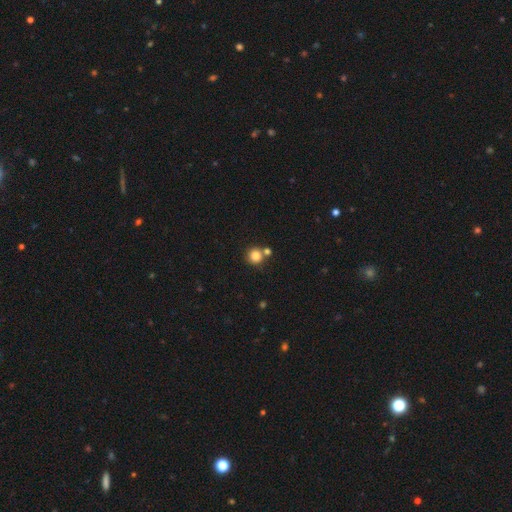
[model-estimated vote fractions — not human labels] Overall: smooth (84%). How rounded: round (92%). Merging: none (67%).